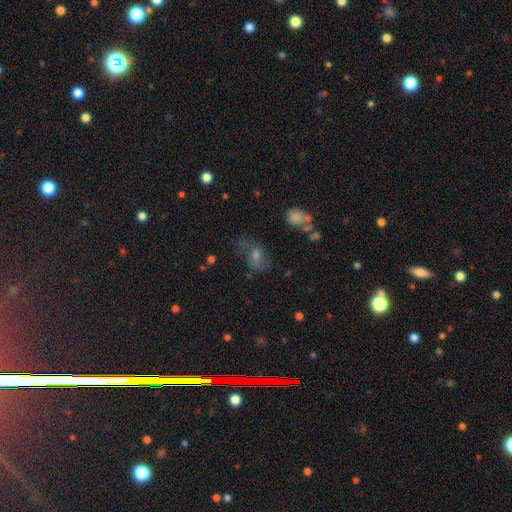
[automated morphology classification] Q: Smooth or featured?
A: featured or disk (38%); runner-up: smooth (35%)
Q: Merging?
A: none (48%); runner-up: major disturbance (26%)